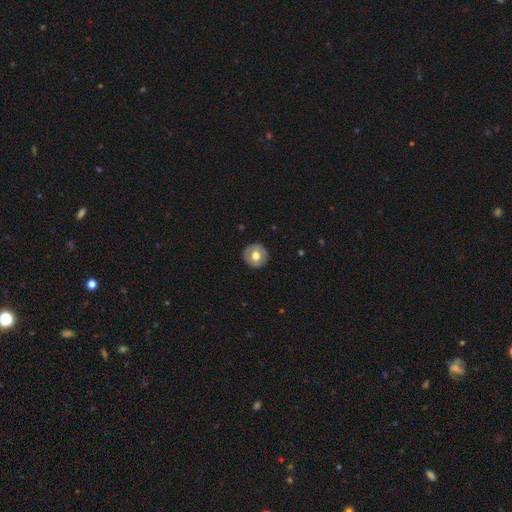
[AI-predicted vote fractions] Smooth or featured: smooth — 60% (featured or disk — 33%)
How rounded: round — 93% (in between — 6%)
Merging: none — 89% (minor disturbance — 8%)